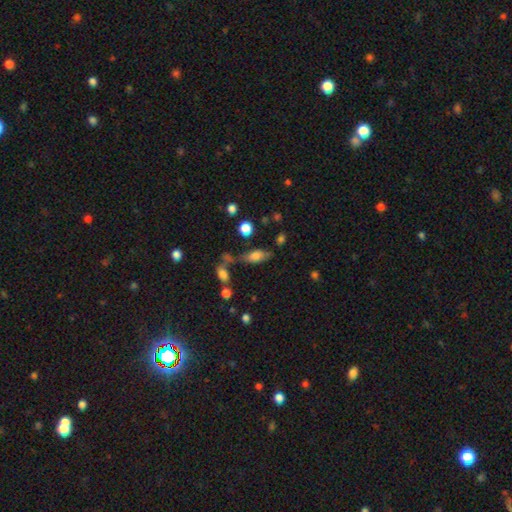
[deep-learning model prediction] Smooth or featured? Predicted: smooth (p=0.69). How rounded? Predicted: in between (p=0.76). Merging? Predicted: none (p=0.52).